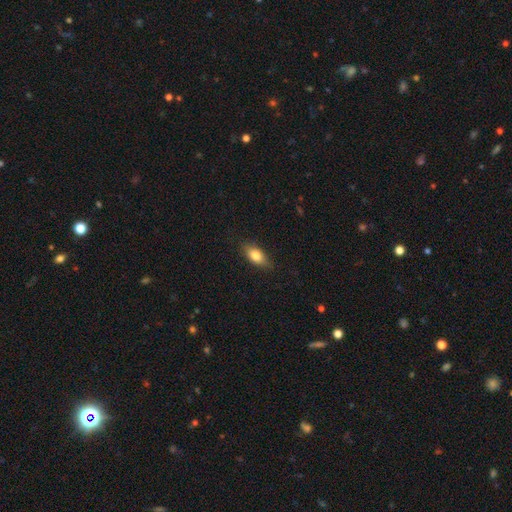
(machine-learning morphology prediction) A smooth galaxy with no disk features (81%) that is in between round and cigar-shaped (84%). Merging: none (80%).